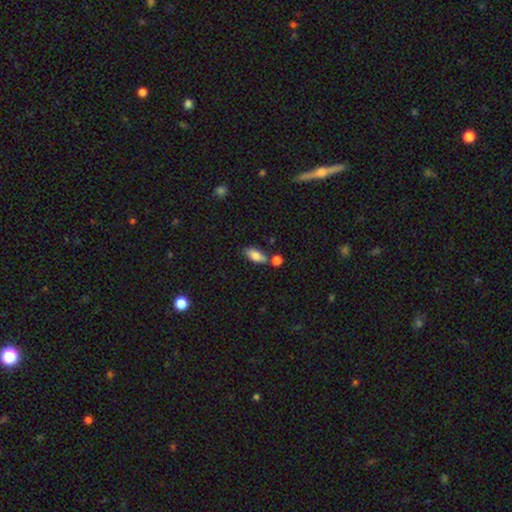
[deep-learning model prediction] A smooth galaxy with no disk features (82%) that is in between round and cigar-shaped (85%). Merging: none (64%).